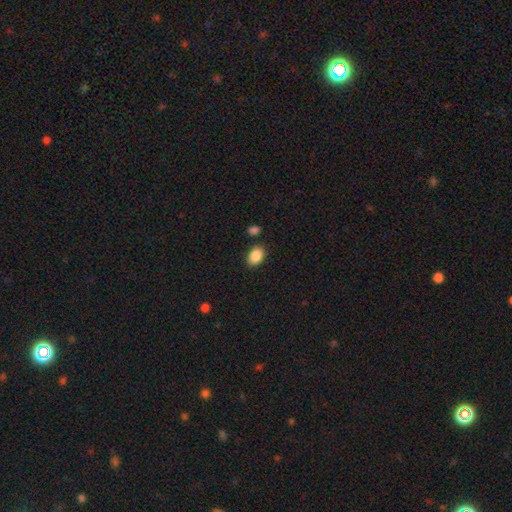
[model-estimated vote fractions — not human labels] A smooth galaxy with no disk features (88%) that is in between round and cigar-shaped (81%).

Vote fractions:
- Smooth or featured? smooth: 88% / star or artifact: 8% / featured or disk: 4%
- How rounded? in between: 81% / round: 18% / cigar-shaped: 1%
- Merging? none: 82% / minor disturbance: 10% / merger: 5% / major disturbance: 3%